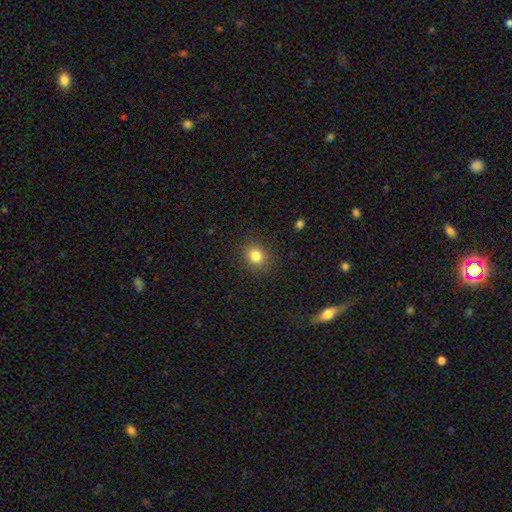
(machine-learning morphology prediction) Smooth or featured? smooth (82%)
How rounded? round (76%)
Merging? none (88%)